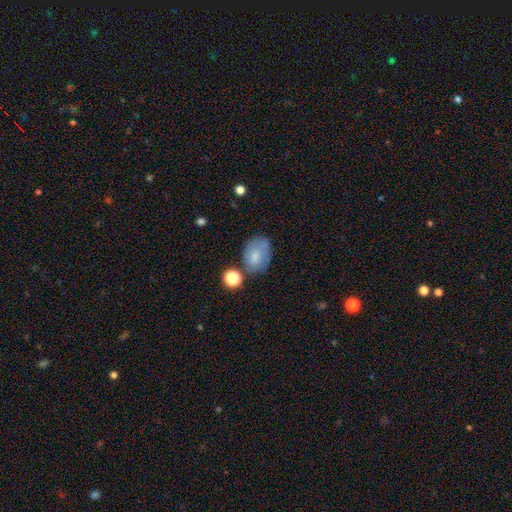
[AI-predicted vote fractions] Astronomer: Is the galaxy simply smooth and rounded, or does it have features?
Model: smooth — 73%.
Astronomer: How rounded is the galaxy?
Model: in between — 76%.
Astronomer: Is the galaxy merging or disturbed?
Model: none — 57%.